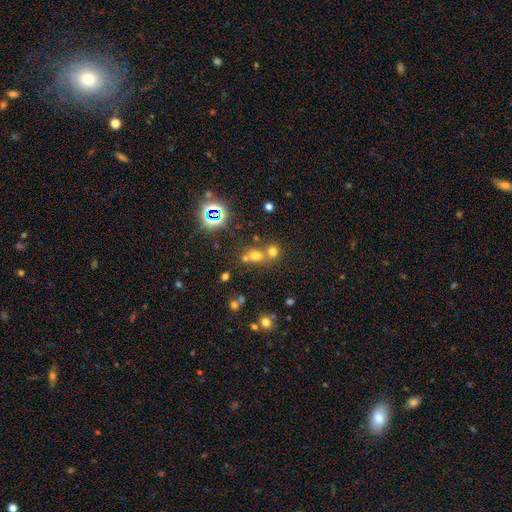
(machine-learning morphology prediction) smooth_or_featured: smooth (p=0.50) [alt: star or artifact p=0.39]
merging: none (p=0.50) [alt: merger p=0.38]